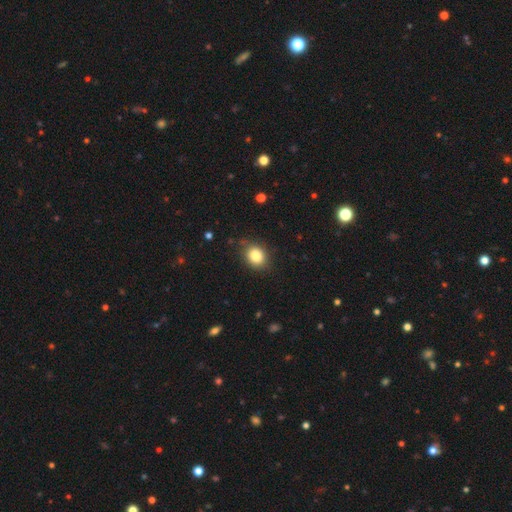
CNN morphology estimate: Smooth or featured? smooth (84%)
How rounded? round (51%)
Merging? none (76%)